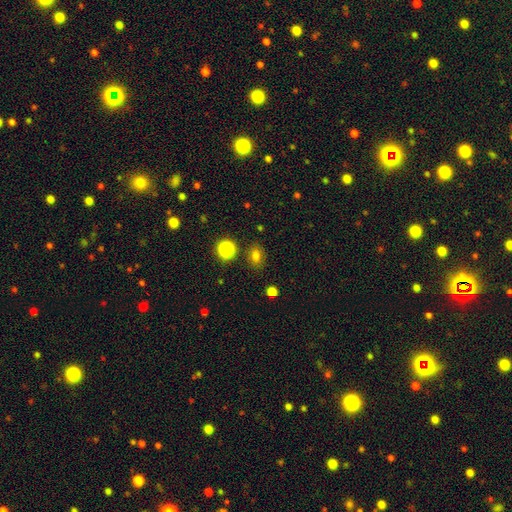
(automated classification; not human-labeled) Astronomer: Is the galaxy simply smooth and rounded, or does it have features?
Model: smooth — 75%.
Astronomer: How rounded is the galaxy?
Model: in between — 65%.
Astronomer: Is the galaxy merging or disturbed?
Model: none — 82%.